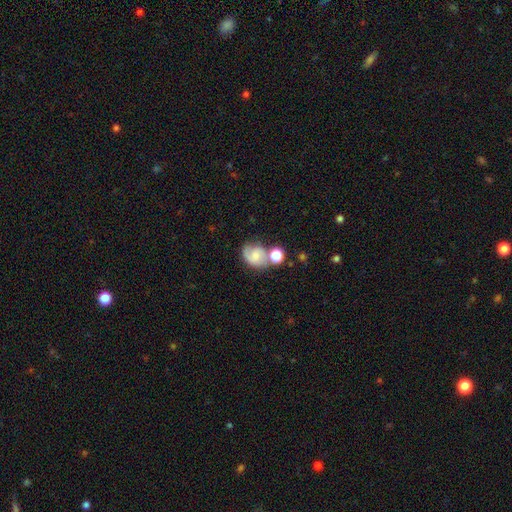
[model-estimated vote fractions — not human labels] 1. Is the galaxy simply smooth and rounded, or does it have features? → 45% smooth, 44% featured or disk, 11% star or artifact.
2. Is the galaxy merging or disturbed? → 42% none, 27% merger, 20% minor disturbance, 11% major disturbance.